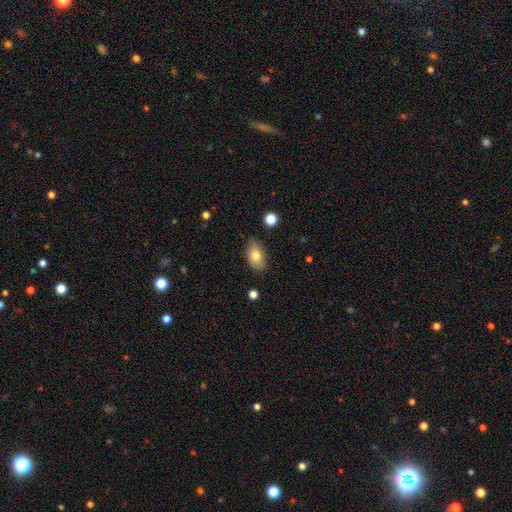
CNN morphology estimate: type=smooth (79%); roundness=in between (90%); merging=none (81%).